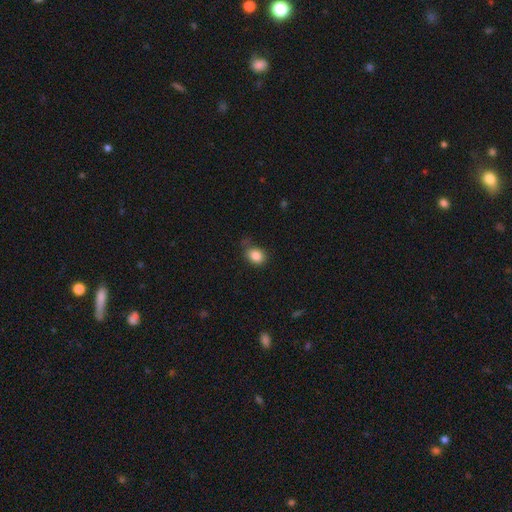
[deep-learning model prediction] Smooth or featured? smooth (86%)
How rounded? in between (56%)
Merging? none (73%)